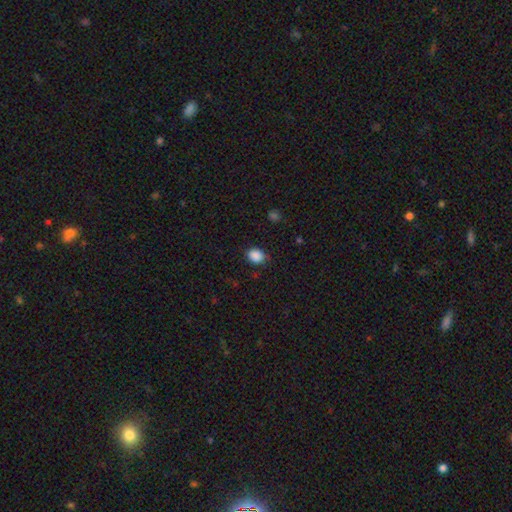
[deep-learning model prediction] smooth_or_featured: smooth (p=0.88) [alt: star or artifact p=0.09]
how_rounded: in between (p=0.54) [alt: round p=0.45]
merging: none (p=0.75) [alt: minor disturbance p=0.20]